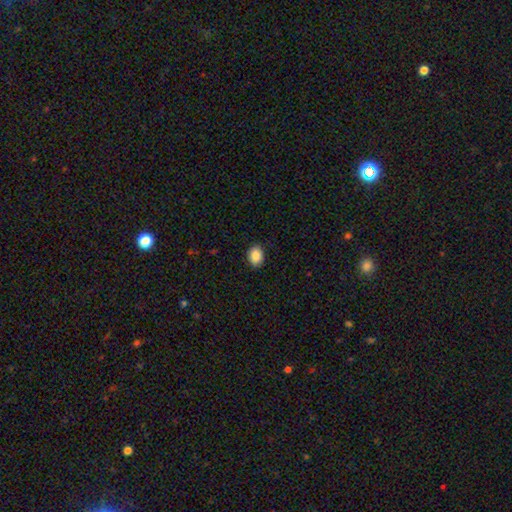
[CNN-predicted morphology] type=smooth (88%); roundness=in between (71%); merging=none (89%).